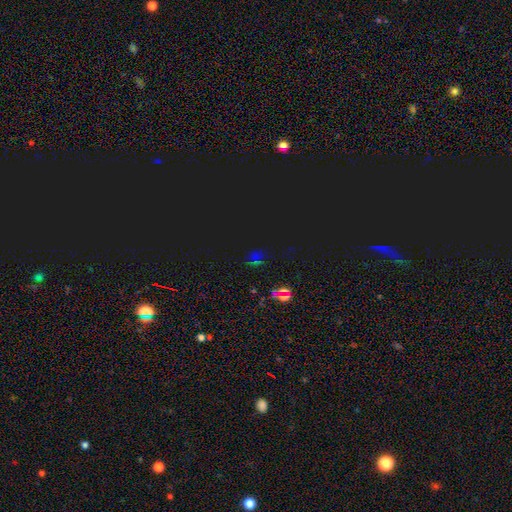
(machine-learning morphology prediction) type=star or artifact (74%).